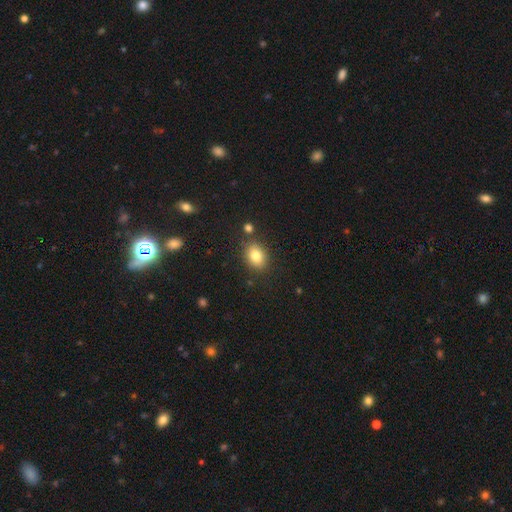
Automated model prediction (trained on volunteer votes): smooth-or-featured: smooth: 81% | star or artifact: 10% | featured or disk: 9%
  how-rounded: in between: 66% | round: 33% | cigar-shaped: 1%
  merging: none: 81% | minor disturbance: 11% | merger: 5% | major disturbance: 3%